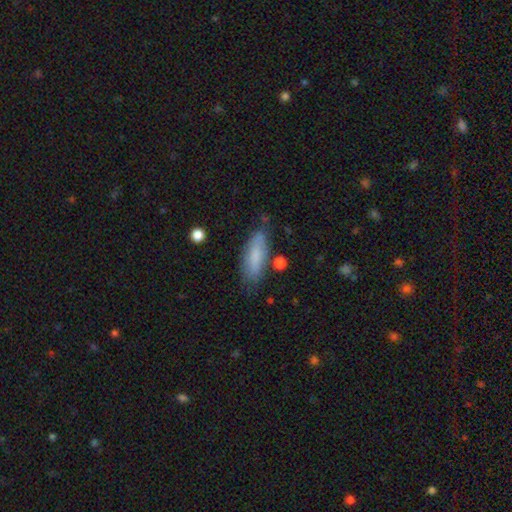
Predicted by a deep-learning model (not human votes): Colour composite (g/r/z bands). It shows a smooth galaxy with no disk features (77%) that is in between round and cigar-shaped (54%). Merging: none (72%).